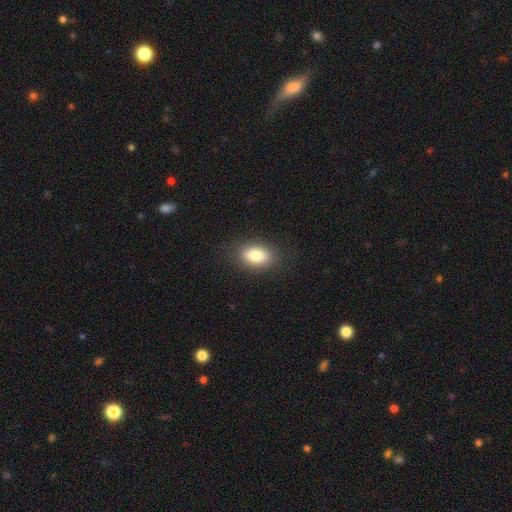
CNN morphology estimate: Smooth or featured? smooth (82%)
How rounded? in between (87%)
Merging? none (85%)